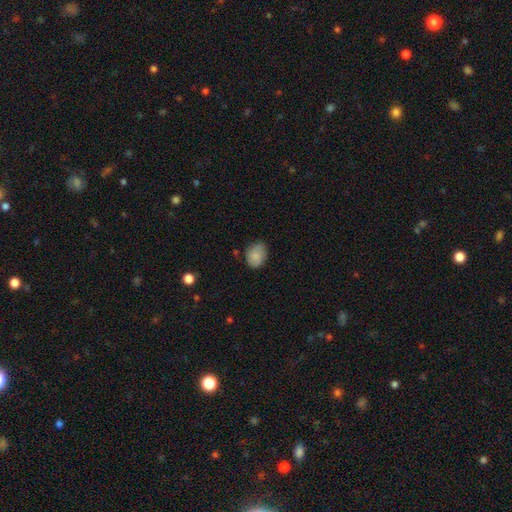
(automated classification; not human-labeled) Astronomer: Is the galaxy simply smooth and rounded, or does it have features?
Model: smooth — 82%.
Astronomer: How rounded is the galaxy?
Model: in between — 58% (runner-up: round, 41%).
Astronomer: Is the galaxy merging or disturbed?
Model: none — 73%.